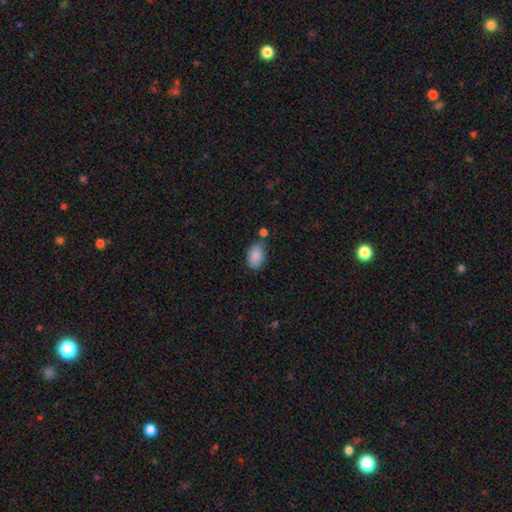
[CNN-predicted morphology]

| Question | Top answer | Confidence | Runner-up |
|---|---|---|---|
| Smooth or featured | smooth | 89% | star or artifact (7%) |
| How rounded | in between | 89% | round (10%) |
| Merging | none | 74% | minor disturbance (15%) |